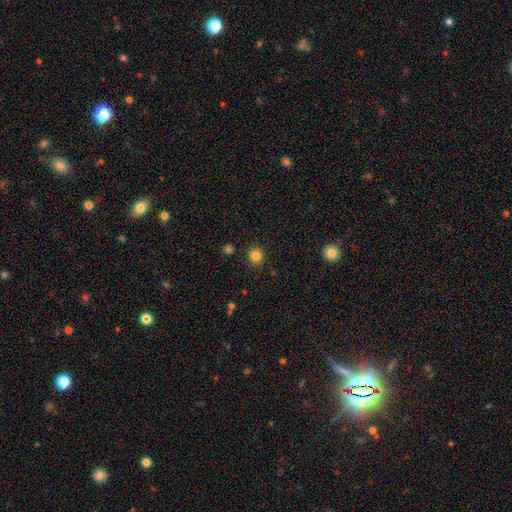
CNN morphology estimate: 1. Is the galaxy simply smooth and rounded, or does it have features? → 84% smooth, 12% star or artifact, 4% featured or disk.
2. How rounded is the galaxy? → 91% round, 8% in between, 1% cigar-shaped.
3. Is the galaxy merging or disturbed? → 91% none, 6% minor disturbance, 2% major disturbance, 2% merger.